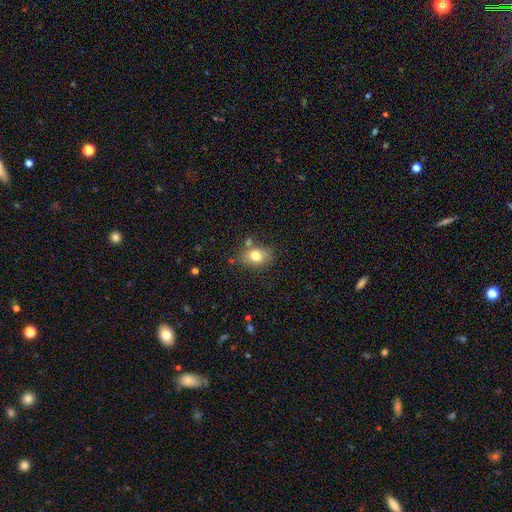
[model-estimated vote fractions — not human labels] The model was most divided on "how rounded": in between: 64%, round: 35%, cigar-shaped: 1%. More confident: smooth or featured — smooth (78%); merging — none (71%).